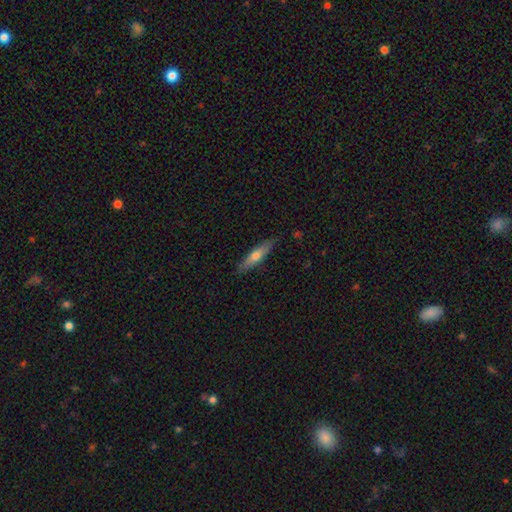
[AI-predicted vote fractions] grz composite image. It shows a smooth galaxy with no disk features (54%) that is cigar-shaped (78%). Merging: none (85%).